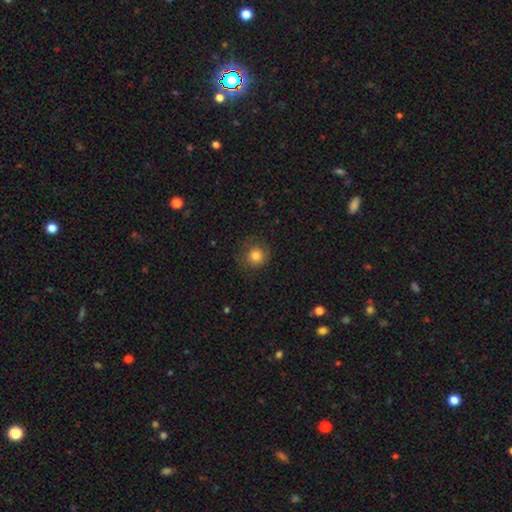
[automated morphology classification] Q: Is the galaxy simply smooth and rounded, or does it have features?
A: smooth — 81%.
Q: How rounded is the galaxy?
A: round — 91%.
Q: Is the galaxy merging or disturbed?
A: none — 80%.